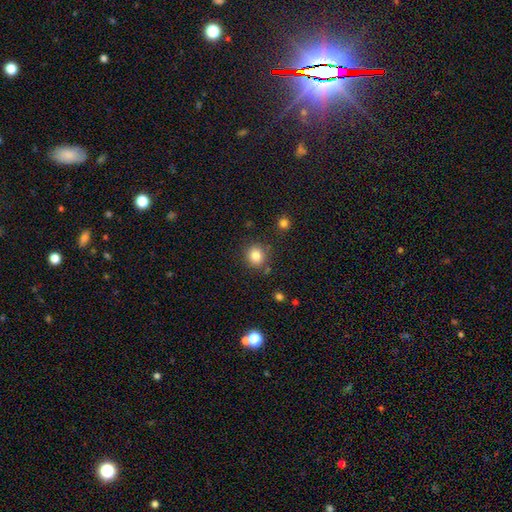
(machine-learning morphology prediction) Smooth or featured? smooth (83%)
How rounded? round (85%)
Merging? none (83%)